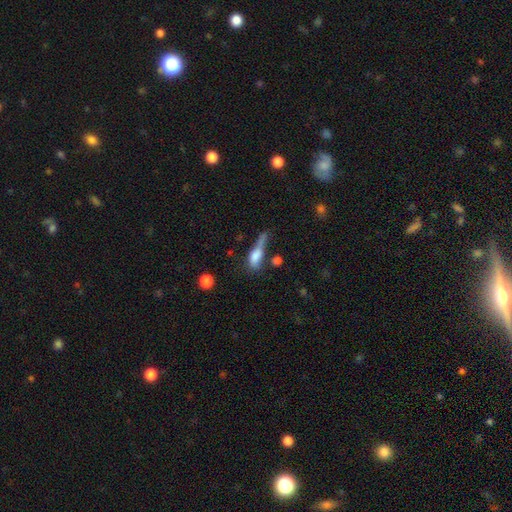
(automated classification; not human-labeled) smooth_or_featured: smooth (p=0.69) [alt: featured or disk p=0.22]
how_rounded: in between (p=0.56) [alt: cigar-shaped p=0.38]
merging: major disturbance (p=0.32) [alt: none p=0.25]